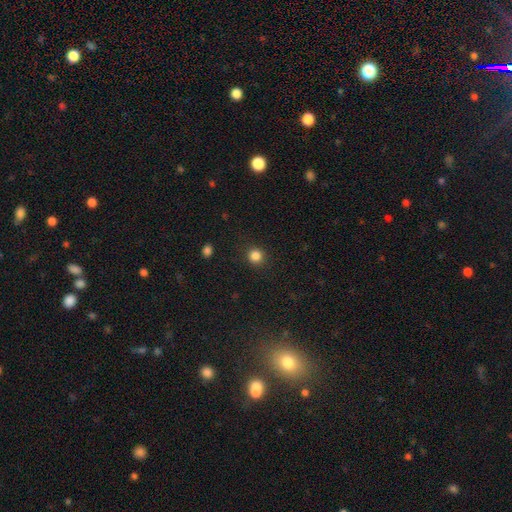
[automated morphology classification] smooth_or_featured: smooth (p=0.84) [alt: star or artifact p=0.12]
how_rounded: round (p=0.92) [alt: in between p=0.07]
merging: none (p=0.90) [alt: minor disturbance p=0.07]